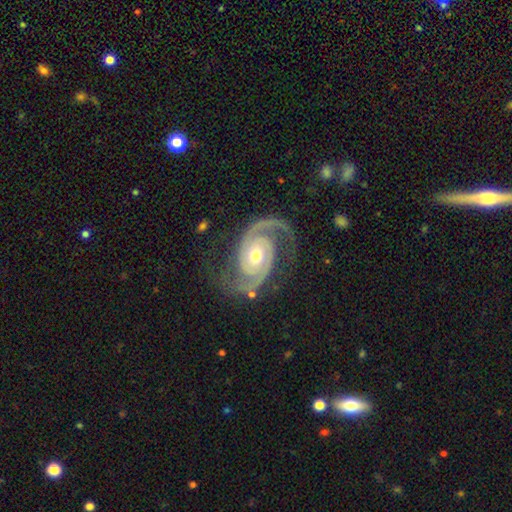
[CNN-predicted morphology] featured or disk 93%, star or artifact 4%, smooth 3%. Down the decision tree: edge-on disk — no (98%); bar — no (68%); spiral arms — yes (98%); spiral arm count — 2 (94%); spiral winding — medium (50%); bulge size — moderate (71%); merging — none (77%).